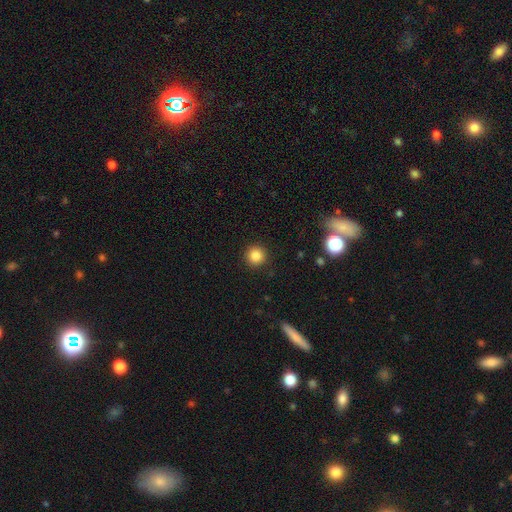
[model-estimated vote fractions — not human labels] Smooth or featured?
  - smooth: 84% *
  - star or artifact: 12%
  - featured or disk: 5%
How rounded?
  - round: 95% *
  - in between: 4%
  - cigar-shaped: 1%
Merging?
  - none: 92% *
  - minor disturbance: 5%
  - major disturbance: 2%
  - merger: 1%